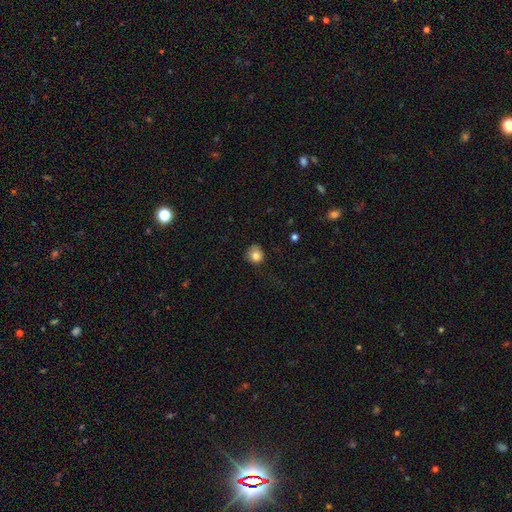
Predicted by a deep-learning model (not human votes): A smooth galaxy with no disk features (82%) that is round (84%).

Vote fractions:
- Smooth or featured? smooth: 82% / star or artifact: 10% / featured or disk: 8%
- How rounded? round: 84% / in between: 15% / cigar-shaped: 1%
- Merging? none: 63% / minor disturbance: 25% / major disturbance: 10% / merger: 2%